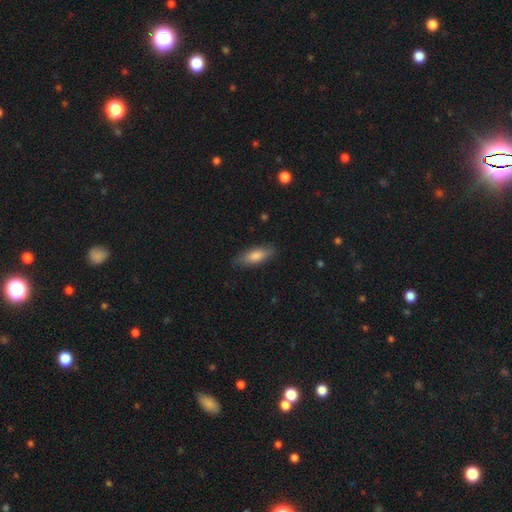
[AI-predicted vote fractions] Smooth or featured: smooth — 71% (featured or disk — 22%)
How rounded: in between — 59% (cigar-shaped — 39%)
Merging: none — 83% (minor disturbance — 14%)